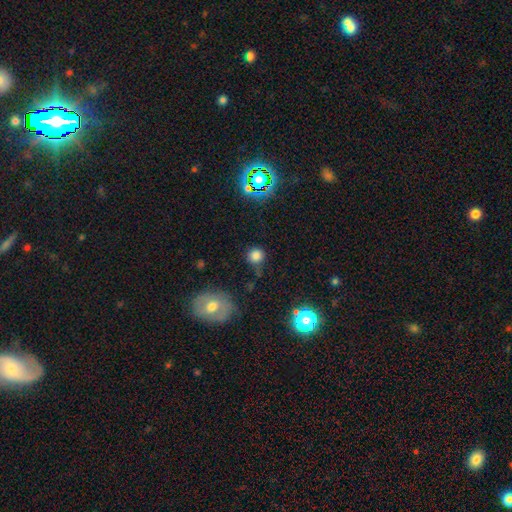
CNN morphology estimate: Smooth or featured: smooth — 77% (star or artifact — 17%)
How rounded: round — 91% (in between — 8%)
Merging: none — 73% (minor disturbance — 16%)